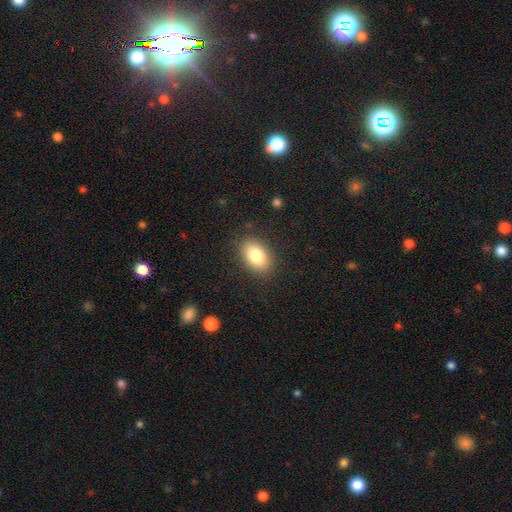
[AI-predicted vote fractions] Overall: smooth (82%). How rounded: in between (91%). Merging: none (86%).